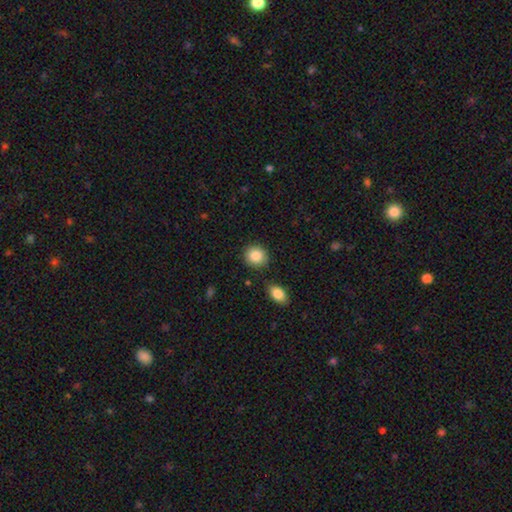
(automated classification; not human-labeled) smooth-or-featured: smooth: 87% | star or artifact: 8% | featured or disk: 5%
  how-rounded: round: 82% | in between: 17% | cigar-shaped: 1%
  merging: none: 86% | minor disturbance: 8% | merger: 4% | major disturbance: 2%